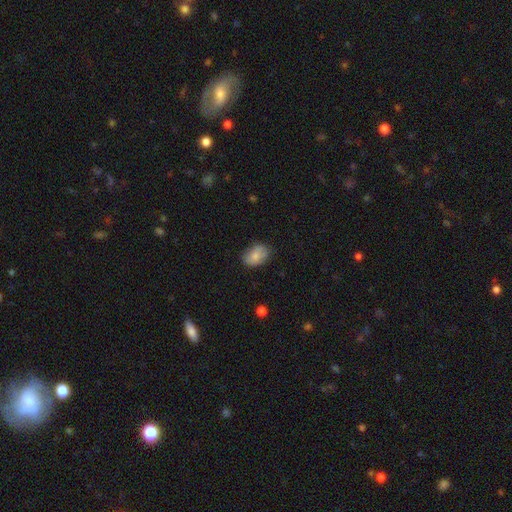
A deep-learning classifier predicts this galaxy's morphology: Smooth or featured?
  - smooth: 78% *
  - featured or disk: 15%
  - star or artifact: 7%
How rounded?
  - in between: 80% *
  - round: 18%
  - cigar-shaped: 1%
Merging?
  - none: 73% *
  - minor disturbance: 21%
  - major disturbance: 4%
  - merger: 2%